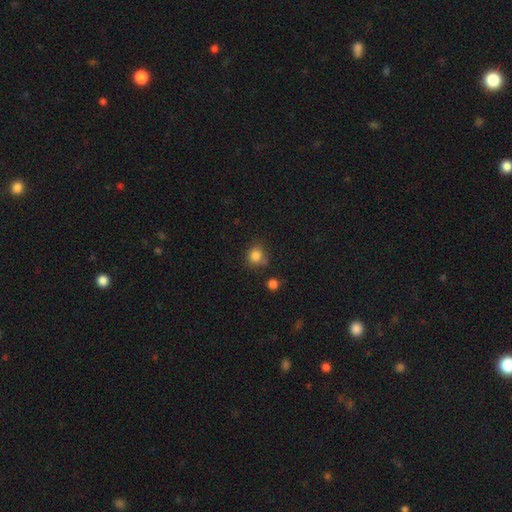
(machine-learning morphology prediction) A smooth galaxy with no disk features (84%) that is round (82%). Merging: none (68%).